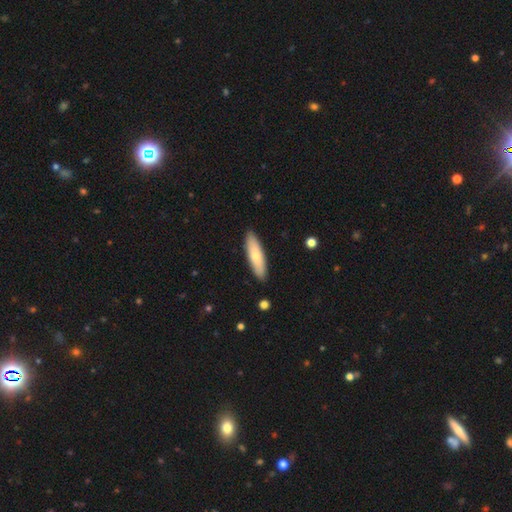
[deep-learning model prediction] Overall: smooth (71%). How rounded: cigar-shaped (59%; in between 40%). Merging: none (89%).